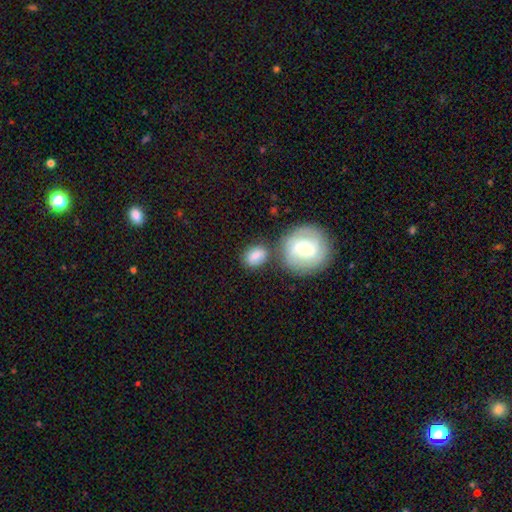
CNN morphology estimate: A smooth galaxy with no disk features (77%) that is in between round and cigar-shaped (61%). Merging: none (58%).